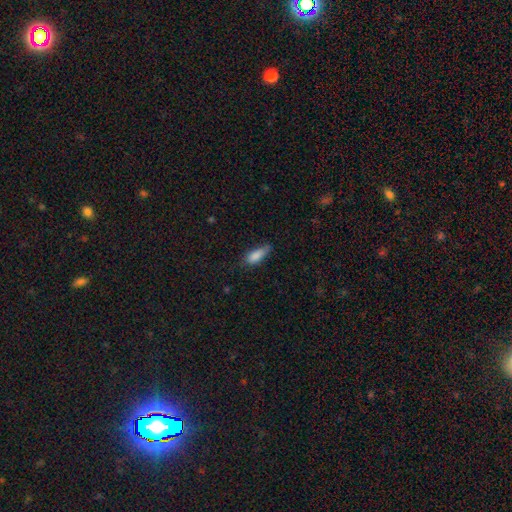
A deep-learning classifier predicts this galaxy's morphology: smooth 83%, featured or disk 10%, star or artifact 7%. Down the decision tree: how rounded — in between (69%); merging — none (55%).